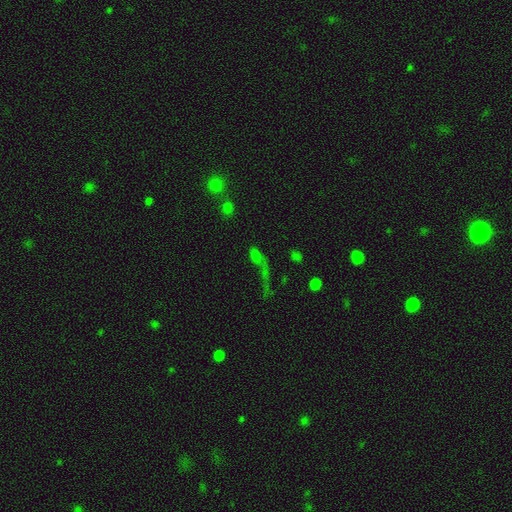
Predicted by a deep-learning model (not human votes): Smooth or featured? Predicted: smooth (p=0.47). Merging? Predicted: none (p=0.33).